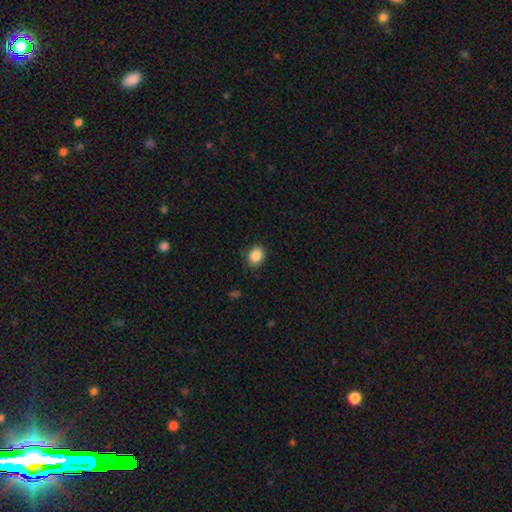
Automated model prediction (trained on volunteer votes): smooth_or_featured: smooth (p=0.87) [alt: star or artifact p=0.09]
how_rounded: in between (p=0.50) [alt: round p=0.49]
merging: none (p=0.86) [alt: minor disturbance p=0.11]